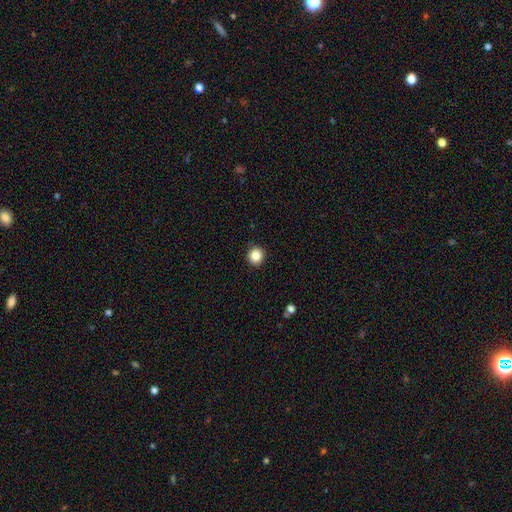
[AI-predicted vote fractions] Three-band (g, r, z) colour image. It shows a smooth galaxy with no disk features (86%) that is round (91%). Merging: none (92%).